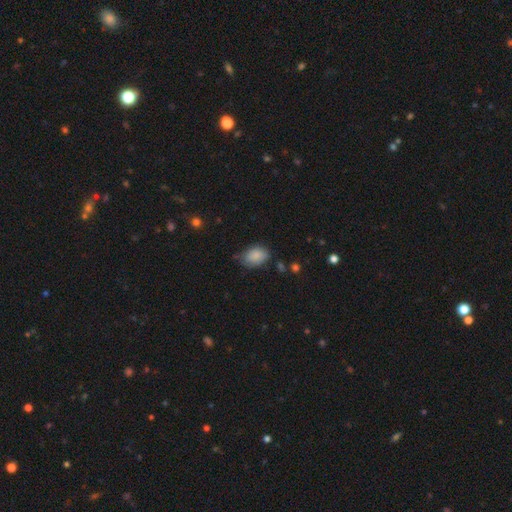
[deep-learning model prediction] This is clearly a smooth galaxy (86%). How rounded: clearly in between (83%). Merging: likely none (63%).